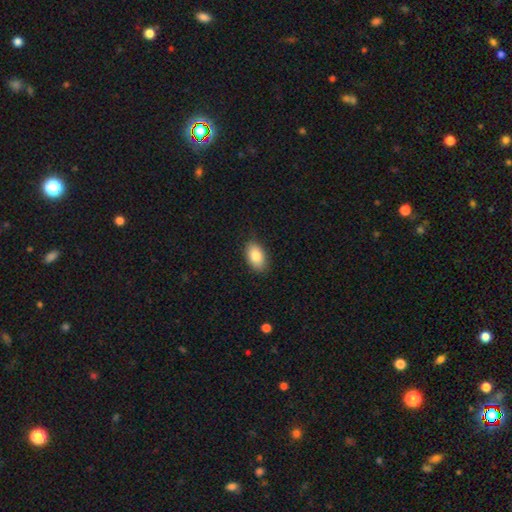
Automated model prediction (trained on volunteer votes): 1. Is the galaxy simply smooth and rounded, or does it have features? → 85% smooth, 8% featured or disk, 7% star or artifact.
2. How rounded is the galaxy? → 93% in between, 6% round, 2% cigar-shaped.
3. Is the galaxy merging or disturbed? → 86% none, 11% minor disturbance, 2% major disturbance, 1% merger.